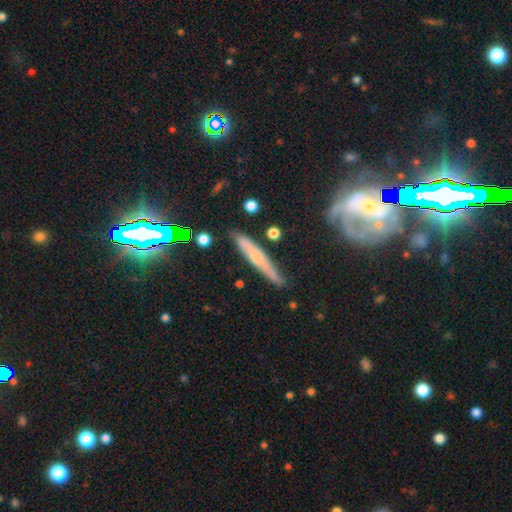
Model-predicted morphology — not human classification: A featured or disk galaxy (48%). Merging: none (79%).